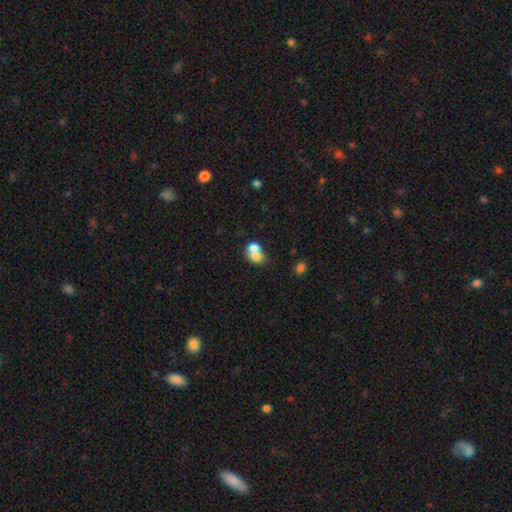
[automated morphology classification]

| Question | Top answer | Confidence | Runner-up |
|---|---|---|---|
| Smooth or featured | smooth | 69% | featured or disk (21%) |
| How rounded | round | 58% | in between (41%) |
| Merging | merger | 69% | none (22%) |